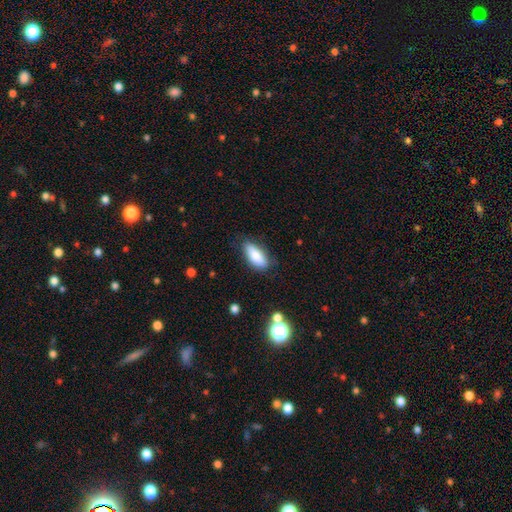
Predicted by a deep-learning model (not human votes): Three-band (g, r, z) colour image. It shows a smooth galaxy with no disk features (83%) that is in between round and cigar-shaped (80%). Merging: none (77%).